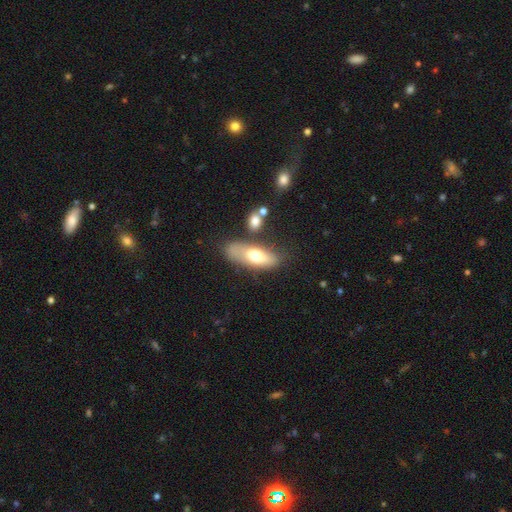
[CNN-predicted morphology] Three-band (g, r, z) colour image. It shows a smooth galaxy with no disk features (64%) that is in between round and cigar-shaped (72%). Merging: none (57%).